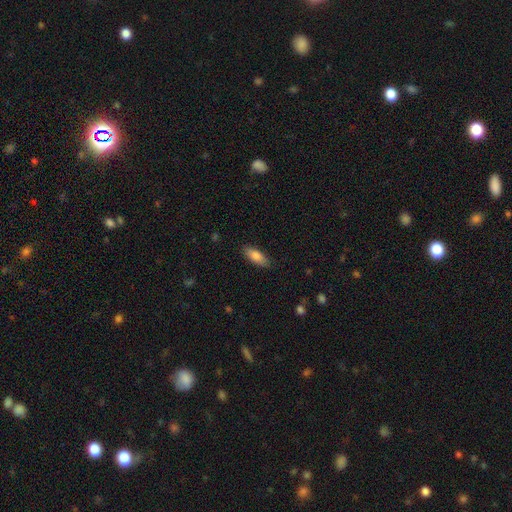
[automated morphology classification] smooth-or-featured: smooth: 81% | featured or disk: 13% | star or artifact: 6%
  how-rounded: in between: 74% | cigar-shaped: 23% | round: 2%
  merging: none: 86% | minor disturbance: 11% | major disturbance: 2% | merger: 1%